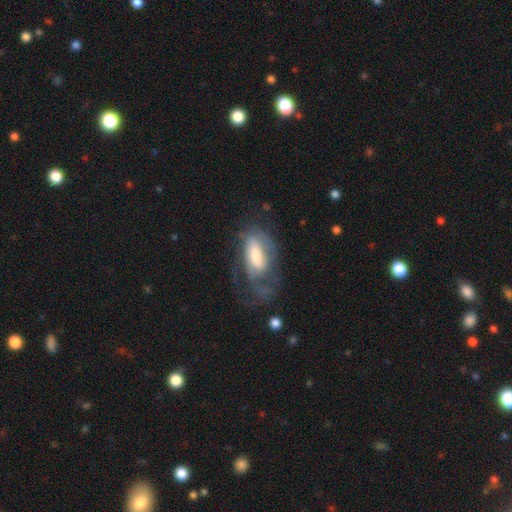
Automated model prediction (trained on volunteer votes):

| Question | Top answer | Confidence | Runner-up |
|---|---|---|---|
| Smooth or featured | featured or disk | 62% | smooth (31%) |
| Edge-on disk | no | 91% | yes (9%) |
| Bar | no | 45% | weak (36%) |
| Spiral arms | yes | 79% | no (21%) |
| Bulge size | moderate | 36% | large (31%) |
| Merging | none | 41% | major disturbance (33%) |